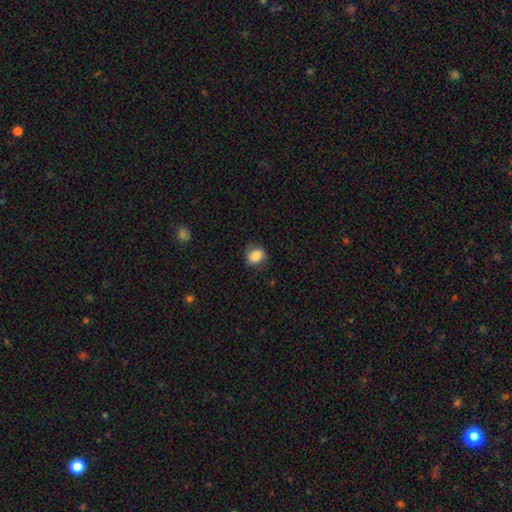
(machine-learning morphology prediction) smooth-or-featured: smooth: 81% | featured or disk: 10% | star or artifact: 9%
  how-rounded: round: 61% | in between: 38% | cigar-shaped: 1%
  merging: none: 72% | minor disturbance: 21% | major disturbance: 6% | merger: 1%